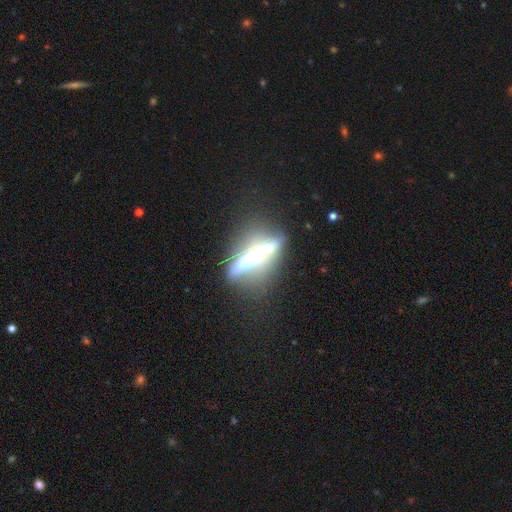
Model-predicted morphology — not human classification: This is likely a featured or disk galaxy (70%). It is likely viewed edge-on (75%). Edge-on bulge: likely none (65%). Merging: likely none (63%).